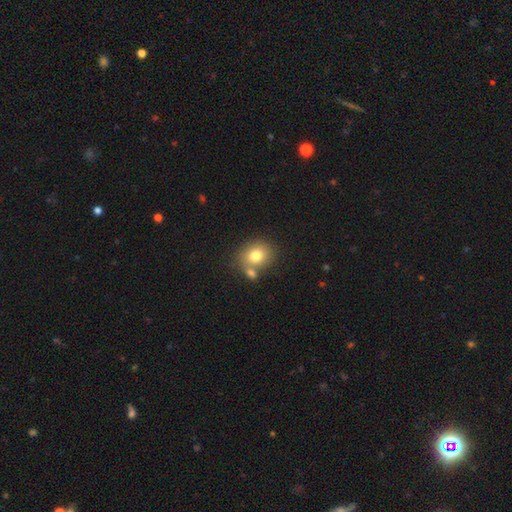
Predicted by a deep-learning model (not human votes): smooth 77%, featured or disk 13%, star or artifact 10%. Down the decision tree: how rounded — round (60%); merging — none (57%).